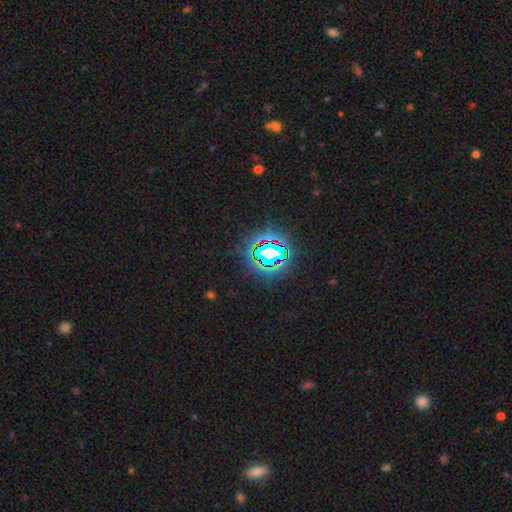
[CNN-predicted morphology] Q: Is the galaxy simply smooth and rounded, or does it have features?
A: star or artifact — 81%.